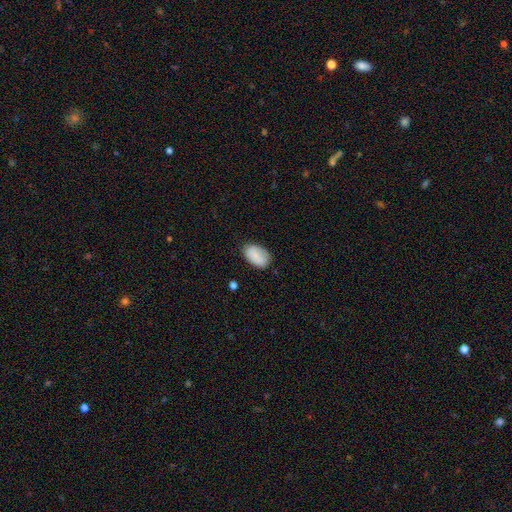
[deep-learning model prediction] Smooth or featured?
  - smooth: 83% *
  - featured or disk: 10%
  - star or artifact: 7%
How rounded?
  - in between: 93% *
  - round: 6%
  - cigar-shaped: 1%
Merging?
  - none: 79% *
  - minor disturbance: 17%
  - major disturbance: 3%
  - merger: 1%